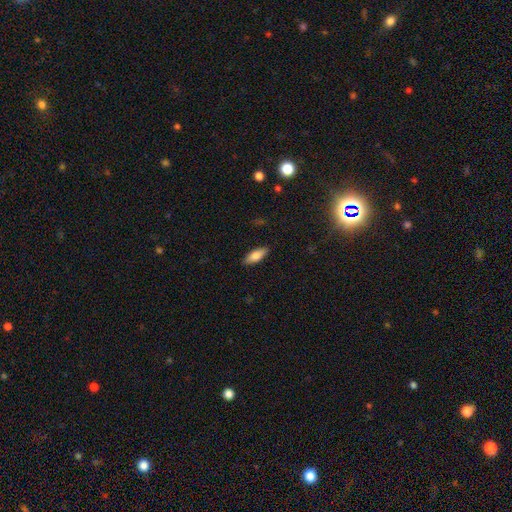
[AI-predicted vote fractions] Q: Smooth or featured?
A: smooth (78%); runner-up: featured or disk (15%)
Q: How rounded?
A: in between (69%); runner-up: cigar-shaped (29%)
Q: Merging?
A: none (87%); runner-up: minor disturbance (10%)